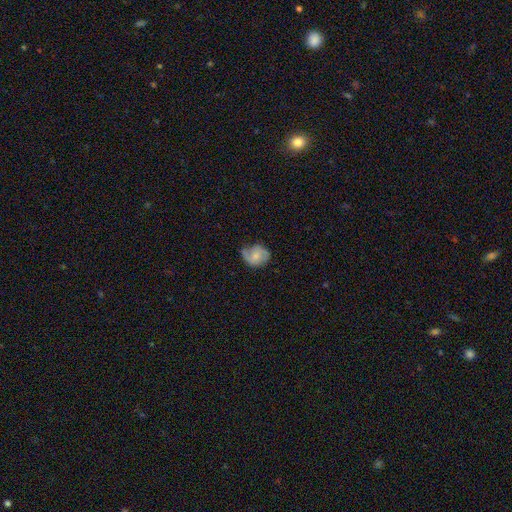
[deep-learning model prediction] The model was most divided on "bulge size": small: 39%, moderate: 32%, none: 22%, large: 5%, dominant: 2%. More confident: edge-on disk — no (97%); spiral arms — yes (87%); bar — no (61%); merging — none (54%); smooth or featured — featured or disk (52%).